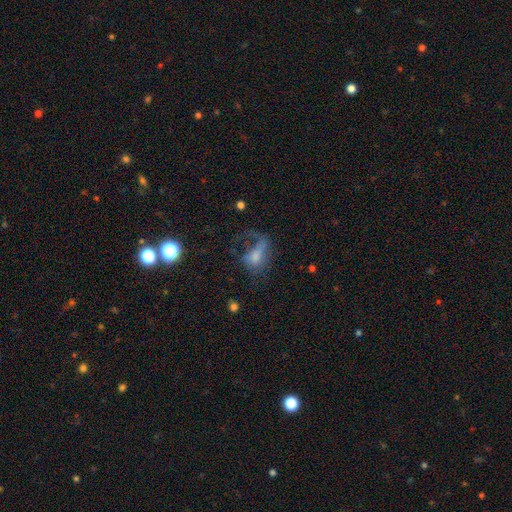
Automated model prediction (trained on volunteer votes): Smooth or featured? featured or disk (48%)
Merging? major disturbance (50%)